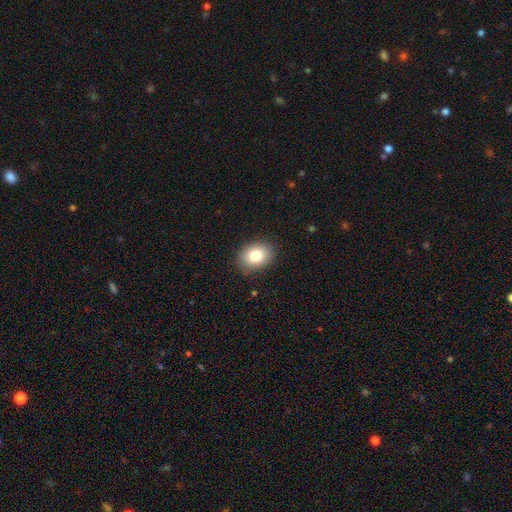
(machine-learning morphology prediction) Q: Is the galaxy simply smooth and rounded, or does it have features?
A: smooth — 81%.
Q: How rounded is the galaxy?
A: in between — 64%.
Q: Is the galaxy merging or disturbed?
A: none — 87%.